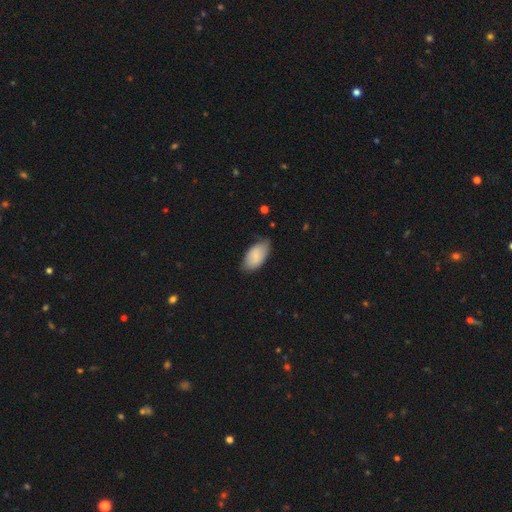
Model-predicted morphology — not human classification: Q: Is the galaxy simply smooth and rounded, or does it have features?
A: smooth — 79%.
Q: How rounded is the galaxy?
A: in between — 95%.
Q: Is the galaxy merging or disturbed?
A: none — 68%.